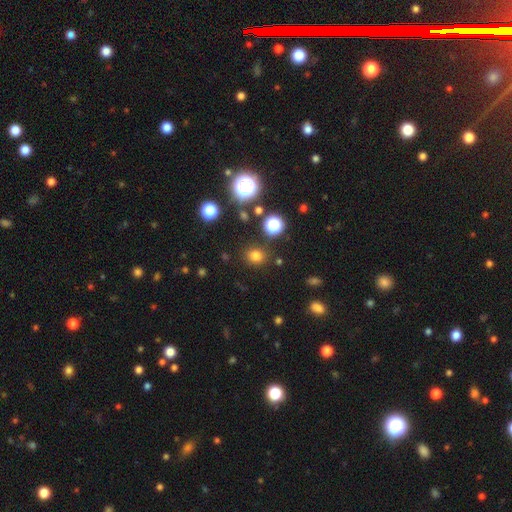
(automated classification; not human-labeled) Morphology: type=smooth (75%); roundness=round (78%); merging=none (86%).